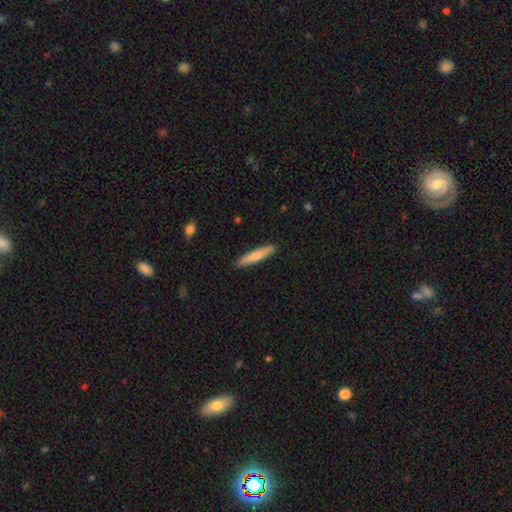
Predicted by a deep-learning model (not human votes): This appears to be a smooth galaxy with no disk features (69%) that is cigar-shaped (91%). Merging: none (90%).